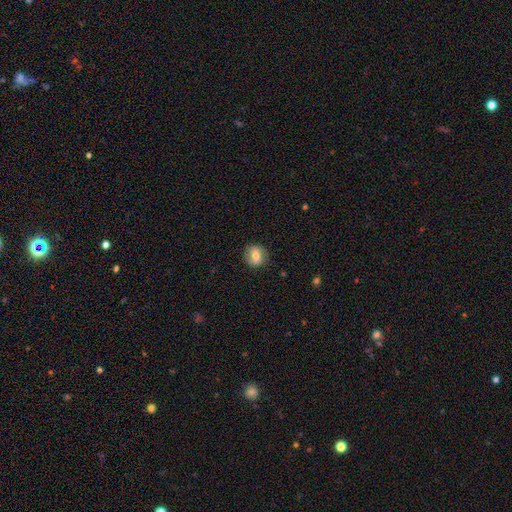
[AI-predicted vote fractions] Smooth or featured: smooth — 56% (featured or disk — 35%)
How rounded: round — 76% (in between — 23%)
Merging: none — 85% (minor disturbance — 11%)